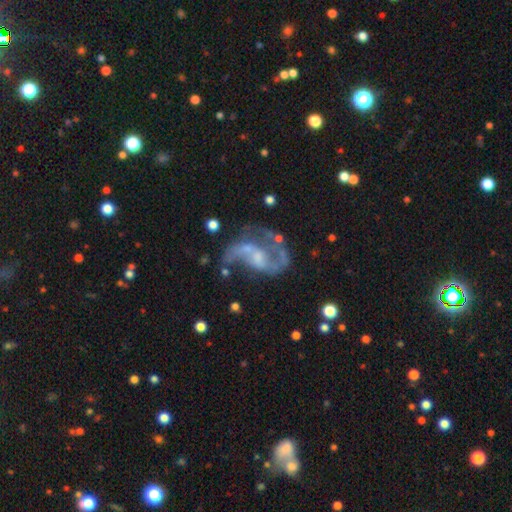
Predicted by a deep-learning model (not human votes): Smooth or featured?
  - featured or disk: 84% *
  - star or artifact: 8%
  - smooth: 8%
Edge-on disk?
  - no: 98% *
  - yes: 2%
Bar?
  - no: 45% *
  - weak: 43%
  - strong: 12%
Spiral arms?
  - yes: 88% *
  - no: 12%
Spiral winding?
  - loose: 59% *
  - medium: 34%
  - tight: 7%
Spiral arm count?
  - 2: 82% *
  - 1: 8%
  - can't tell: 6%
  - 3: 3%
  - 4: 1%
  - more than 4: 1%
Bulge size?
  - small: 37% *
  - none: 33%
  - moderate: 25%
  - large: 4%
  - dominant: 1%
Merging?
  - none: 45% *
  - major disturbance: 28%
  - minor disturbance: 18%
  - merger: 9%